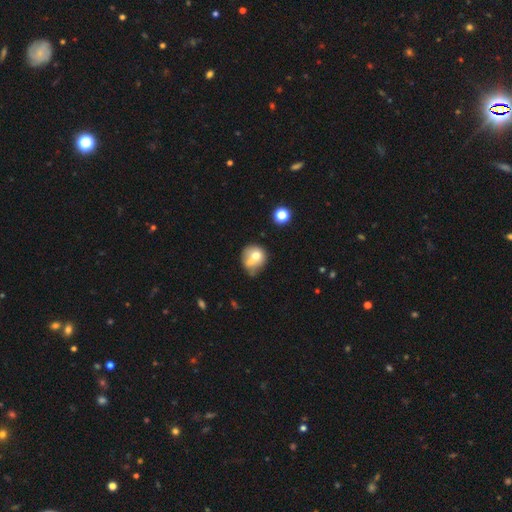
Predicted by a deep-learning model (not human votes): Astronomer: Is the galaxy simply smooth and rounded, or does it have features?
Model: smooth — 64%.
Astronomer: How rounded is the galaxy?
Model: round — 78%.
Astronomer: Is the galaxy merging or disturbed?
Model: none — 37% (runner-up: merger, 32%).